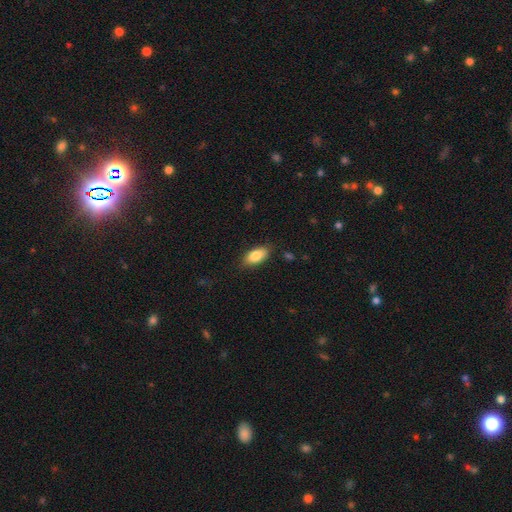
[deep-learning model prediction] A smooth galaxy with no disk features (84%) that is in between round and cigar-shaped (91%). Merging: none (84%).